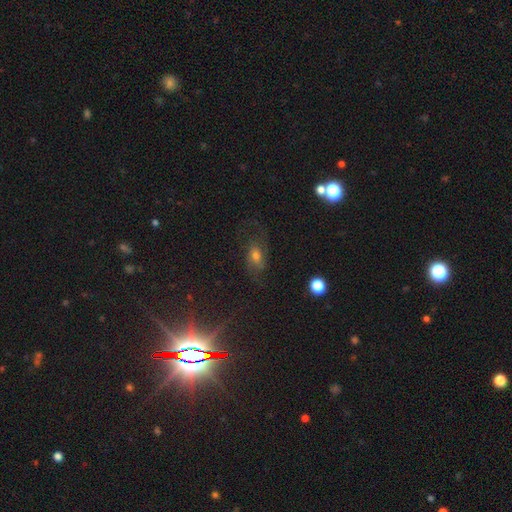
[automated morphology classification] Q: Smooth or featured?
A: featured or disk (48%); runner-up: smooth (32%)
Q: Merging?
A: none (61%); runner-up: minor disturbance (19%)